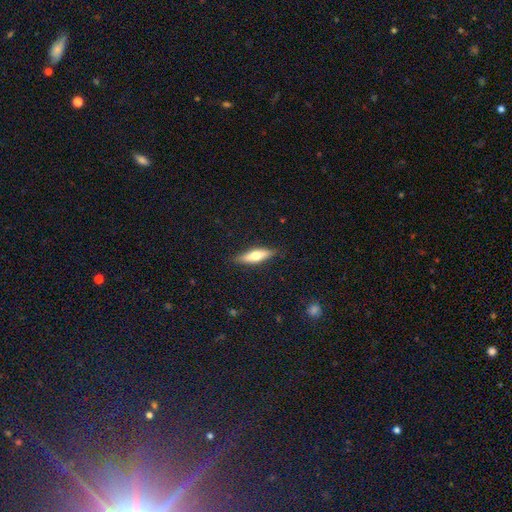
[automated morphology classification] A smooth galaxy with no disk features (54%) that is cigar-shaped (64%). Merging: none (87%).